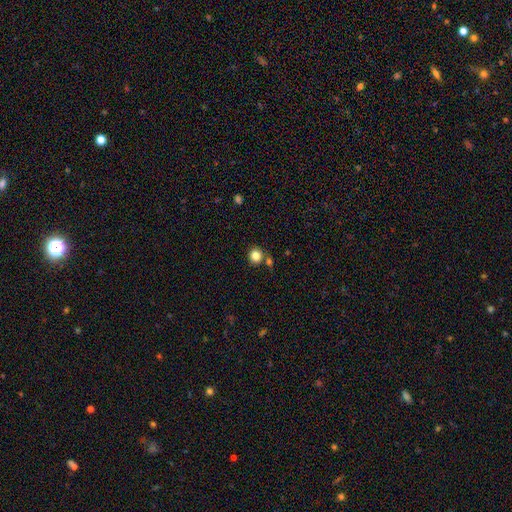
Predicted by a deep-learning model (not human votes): Morphology: type=smooth (83%); roundness=round (88%); merging=none (78%).